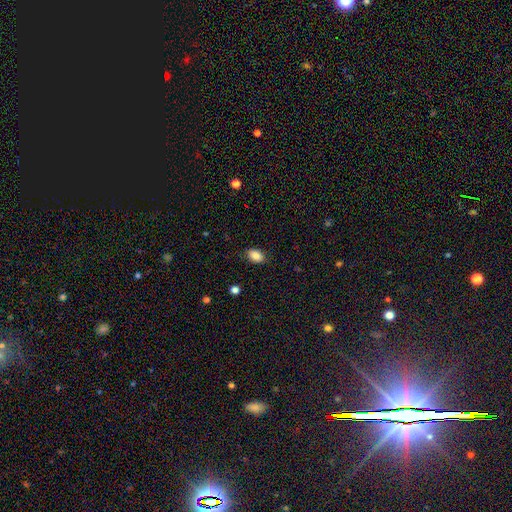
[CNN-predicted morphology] Smooth or featured?
  - smooth: 87% *
  - star or artifact: 8%
  - featured or disk: 5%
How rounded?
  - in between: 89% *
  - round: 10%
  - cigar-shaped: 1%
Merging?
  - none: 85% *
  - minor disturbance: 11%
  - major disturbance: 3%
  - merger: 1%